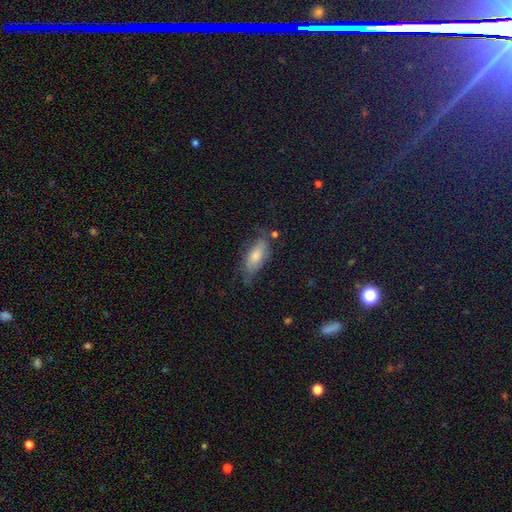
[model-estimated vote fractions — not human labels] Overall: smooth (64%; featured or disk 28%). How rounded: in between (83%). Merging: none (55%; minor disturbance 29%).